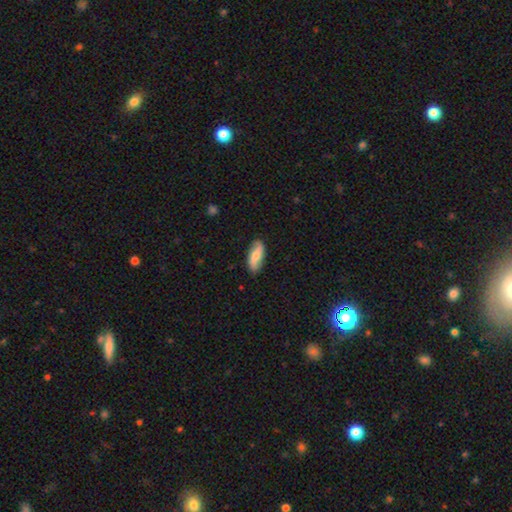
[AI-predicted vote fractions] This is possibly a smooth galaxy (59%). How rounded: likely in between (78%). Merging: clearly none (81%).